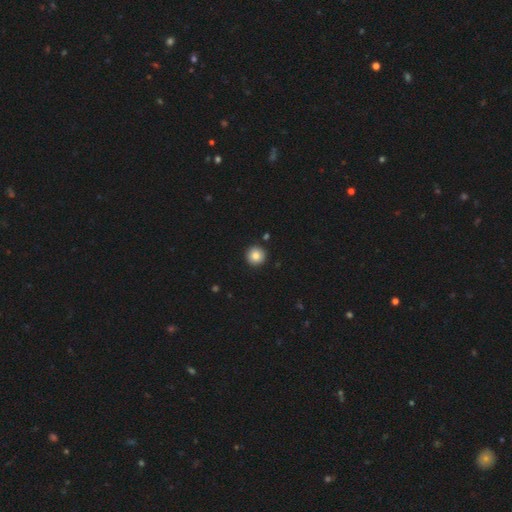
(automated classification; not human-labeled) Morphology: type=smooth (86%); roundness=round (95%); merging=none (92%).